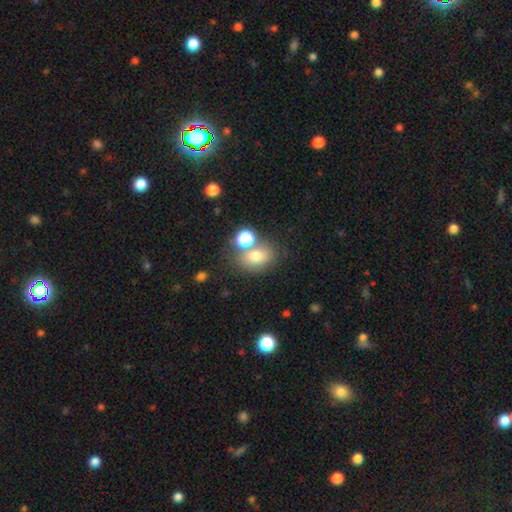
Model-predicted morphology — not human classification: The model was most divided on "how rounded": in between: 62%, round: 37%, cigar-shaped: 1%. More confident: smooth or featured — smooth (72%); merging — none (54%).